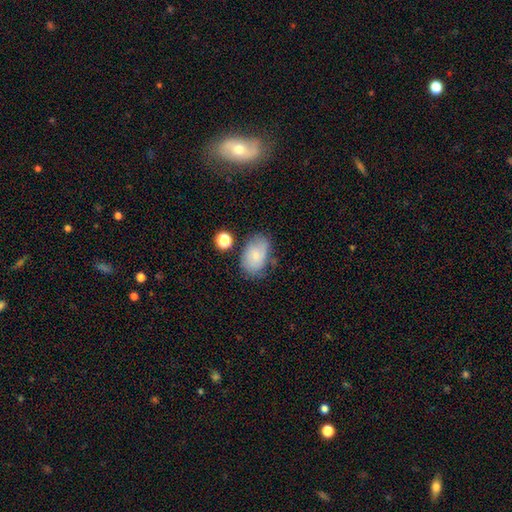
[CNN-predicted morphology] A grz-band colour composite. It shows a smooth galaxy with no disk features (65%) that is in between round and cigar-shaped (85%). Merging: none (59%).